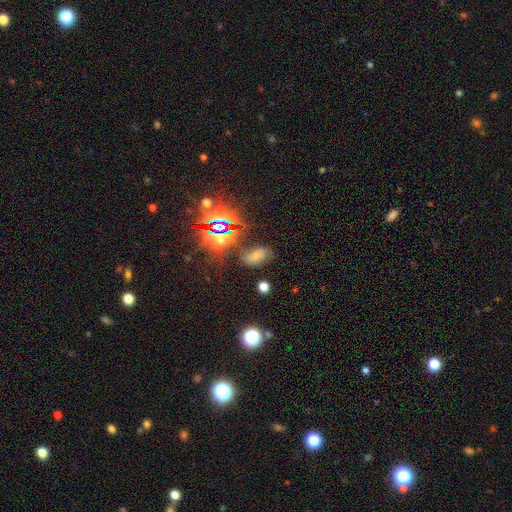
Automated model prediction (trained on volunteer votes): smooth_or_featured: smooth (p=0.52) [alt: star or artifact p=0.31]
how_rounded: in between (p=0.88) [alt: round p=0.09]
merging: none (p=0.66) [alt: minor disturbance p=0.20]